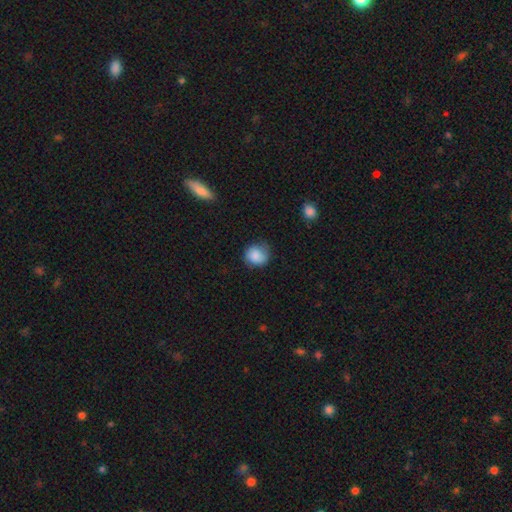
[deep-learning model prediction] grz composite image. It shows a smooth galaxy with no disk features (83%) that is round (79%). Merging: none (63%).